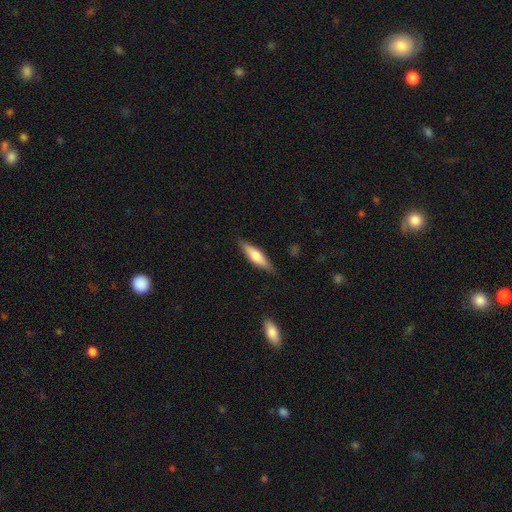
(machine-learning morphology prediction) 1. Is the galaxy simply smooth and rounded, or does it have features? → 60% smooth, 34% featured or disk, 6% star or artifact.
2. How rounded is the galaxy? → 65% cigar-shaped, 33% in between, 2% round.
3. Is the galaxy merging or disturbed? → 85% none, 11% minor disturbance, 2% major disturbance, 1% merger.